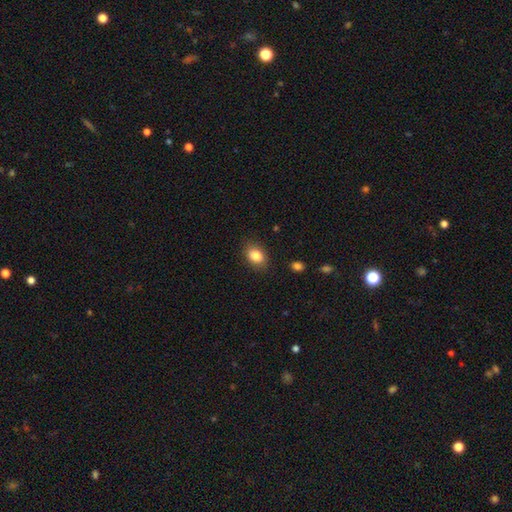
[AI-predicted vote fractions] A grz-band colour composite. It shows a smooth galaxy with no disk features (85%) that is in between round and cigar-shaped (76%). Merging: none (85%).